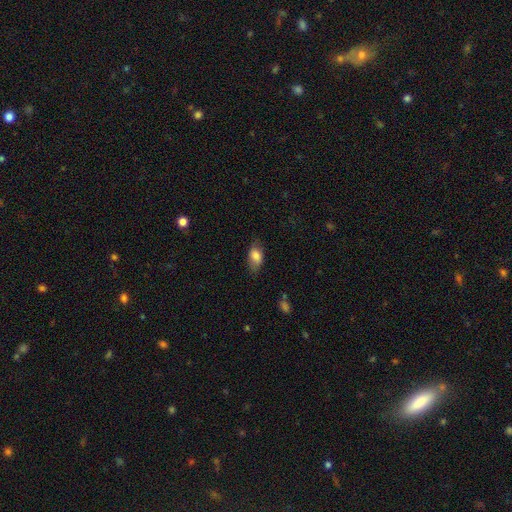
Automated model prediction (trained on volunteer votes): This is likely a smooth galaxy (78%). How rounded: clearly in between (89%). Merging: likely none (70%).